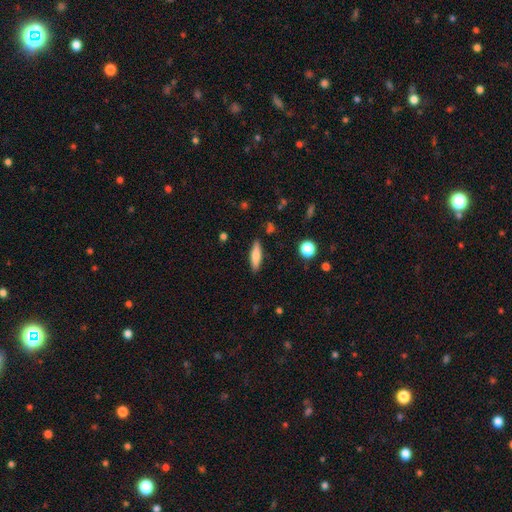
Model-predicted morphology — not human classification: smooth 73%, featured or disk 20%, star or artifact 7%. Down the decision tree: how rounded — cigar-shaped (67%); merging — none (87%).